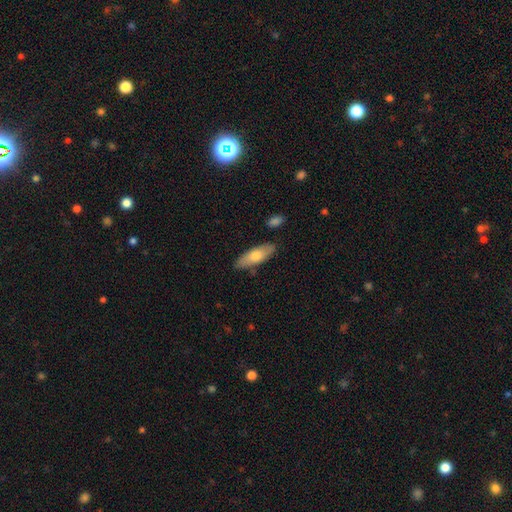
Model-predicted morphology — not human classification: Smooth or featured: smooth — 68% (featured or disk — 26%)
How rounded: in between — 63% (cigar-shaped — 34%)
Merging: none — 83% (minor disturbance — 12%)